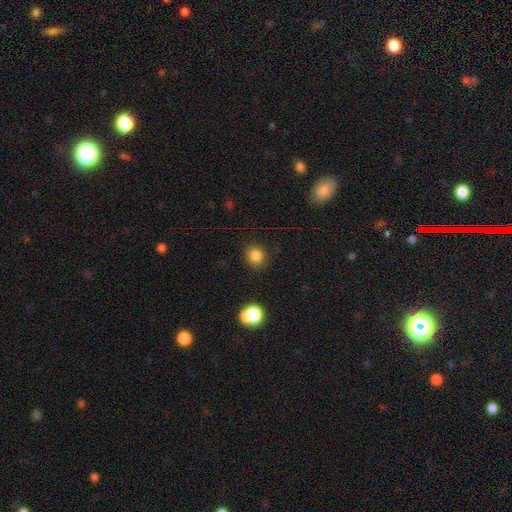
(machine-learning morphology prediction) smooth 82%, star or artifact 13%, featured or disk 5%. Down the decision tree: how rounded — round (83%); merging — none (86%).